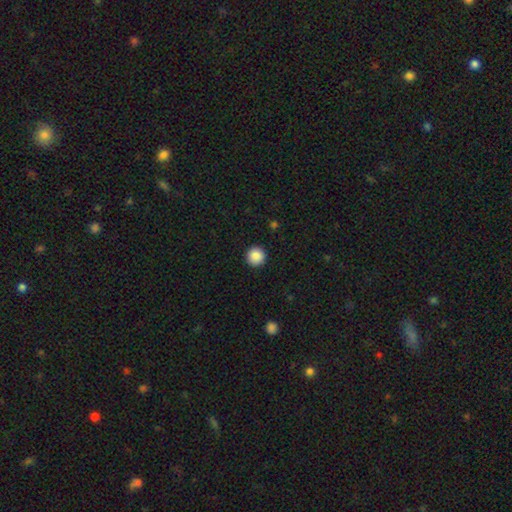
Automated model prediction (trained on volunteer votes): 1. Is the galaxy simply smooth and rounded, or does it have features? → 88% smooth, 9% star or artifact, 4% featured or disk.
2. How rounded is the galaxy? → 96% round, 3% in between, 1% cigar-shaped.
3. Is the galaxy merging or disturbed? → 93% none, 5% minor disturbance, 2% major disturbance, 1% merger.